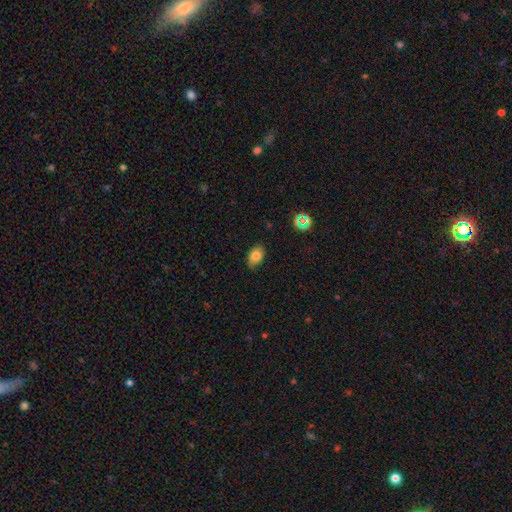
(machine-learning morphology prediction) Q: Smooth or featured?
A: smooth (80%); runner-up: star or artifact (11%)
Q: How rounded?
A: in between (84%); runner-up: round (15%)
Q: Merging?
A: none (83%); runner-up: minor disturbance (13%)